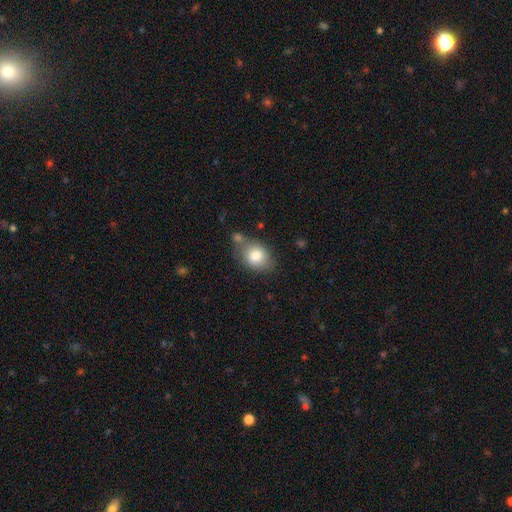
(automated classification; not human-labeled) A smooth galaxy with no disk features (80%) that is in between round and cigar-shaped (64%).

Vote fractions:
- Smooth or featured? smooth: 80% / featured or disk: 11% / star or artifact: 8%
- How rounded? in between: 64% / round: 35% / cigar-shaped: 1%
- Merging? none: 61% / minor disturbance: 19% / merger: 14% / major disturbance: 6%